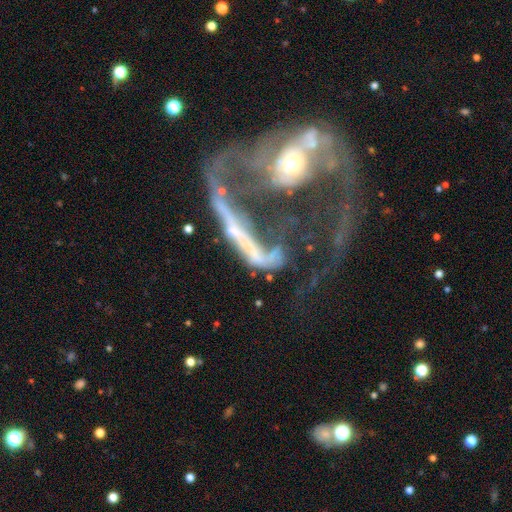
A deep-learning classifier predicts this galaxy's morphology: type=featured or disk (56%); edge-on=no (61%); merging=merger (41%).